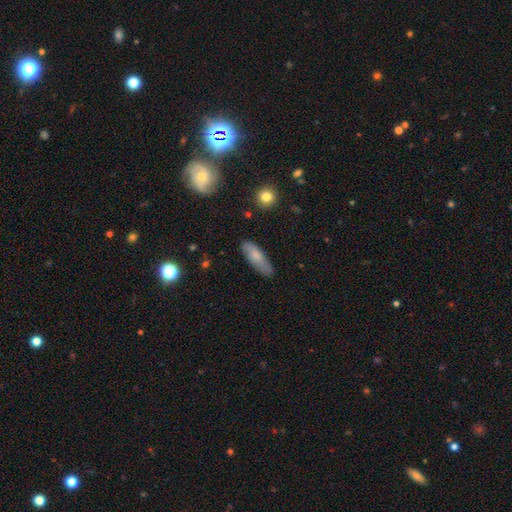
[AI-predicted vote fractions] A smooth galaxy with no disk features (74%) that is in between round and cigar-shaped (51%). Merging: none (77%).